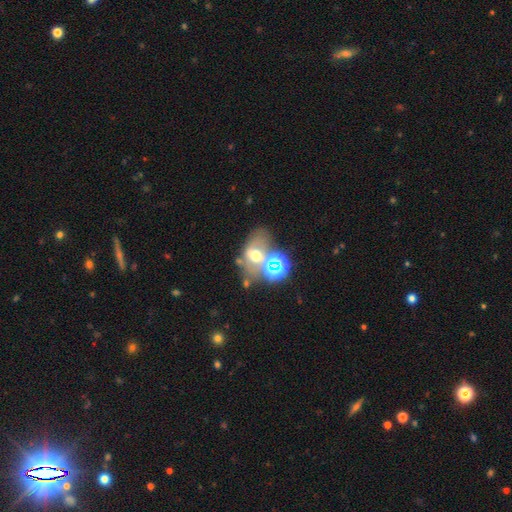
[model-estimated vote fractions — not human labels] The model was most divided on "smooth or featured": smooth: 38%, featured or disk: 37%, star or artifact: 26%. Remaining: merging — none (36%).